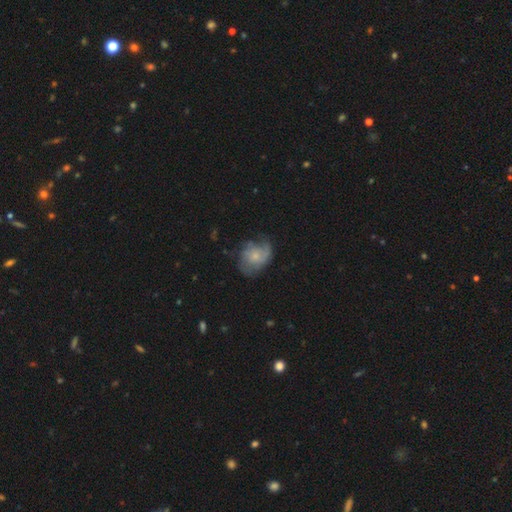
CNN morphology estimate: This appears to be a featured or disk galaxy (50%). Merging: none (51%).